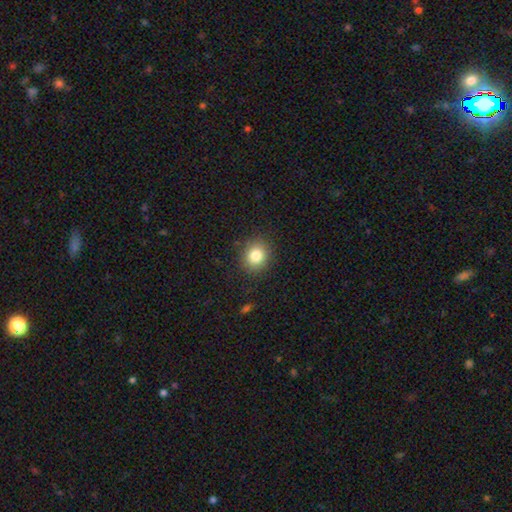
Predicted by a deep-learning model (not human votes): smooth_or_featured: smooth (p=0.83) [alt: star or artifact p=0.10]
how_rounded: round (p=0.73) [alt: in between p=0.27]
merging: none (p=0.88) [alt: minor disturbance p=0.08]